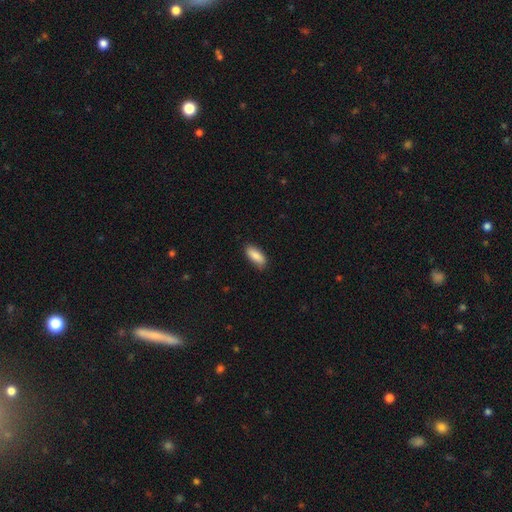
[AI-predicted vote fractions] Overall: smooth (87%). How rounded: in between (78%). Merging: none (84%).